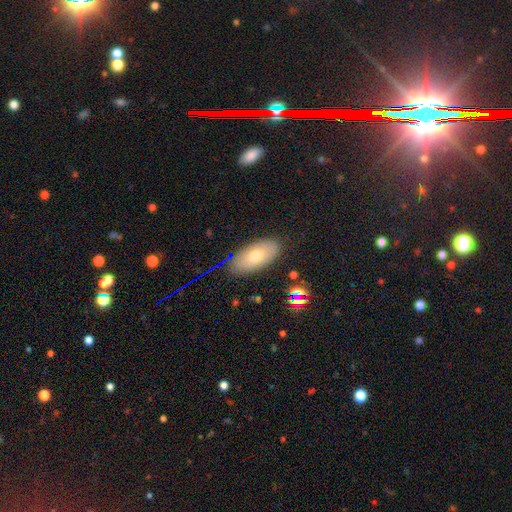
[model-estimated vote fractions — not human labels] Morphology: type=smooth (69%); roundness=in between (92%); merging=none (83%).